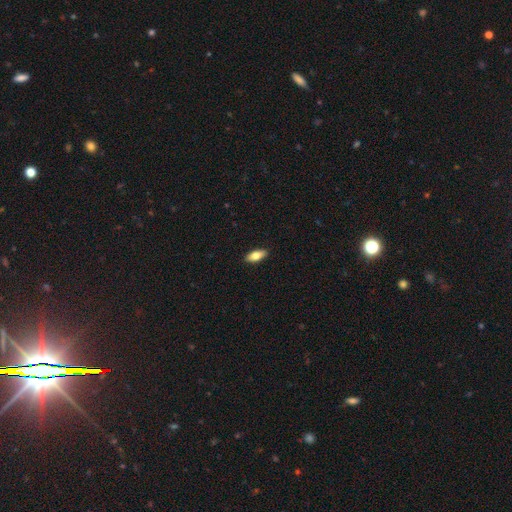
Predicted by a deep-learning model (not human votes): A smooth galaxy with no disk features (78%) that is in between round and cigar-shaped (84%).

Vote fractions:
- Smooth or featured? smooth: 78% / featured or disk: 16% / star or artifact: 6%
- How rounded? in between: 84% / cigar-shaped: 14% / round: 3%
- Merging? none: 90% / minor disturbance: 8% / major disturbance: 2% / merger: 1%